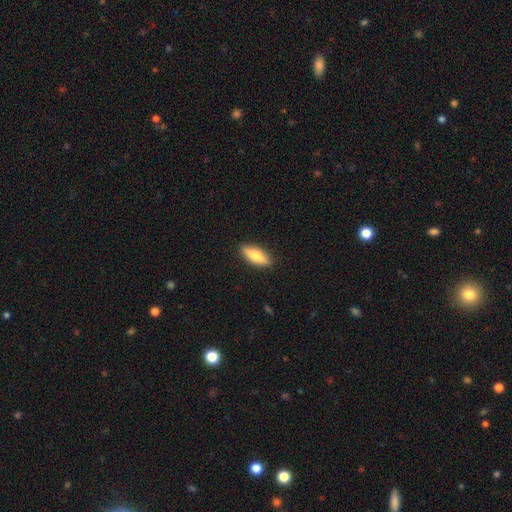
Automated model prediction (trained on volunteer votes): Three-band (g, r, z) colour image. It shows a smooth galaxy with no disk features (72%) that is in between round and cigar-shaped (59%). Merging: none (89%).